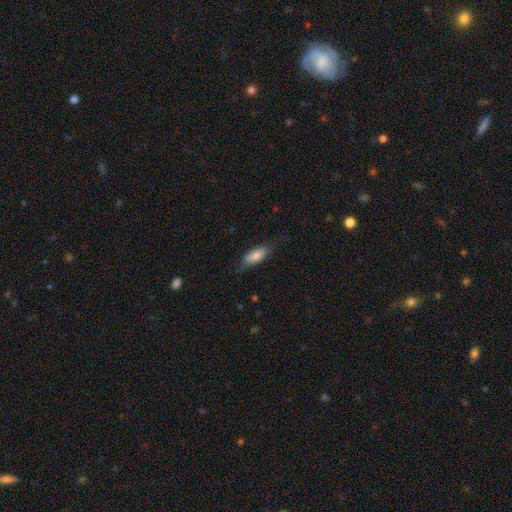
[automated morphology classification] A smooth galaxy with no disk features (77%) that is in between round and cigar-shaped (77%).

Vote fractions:
- Smooth or featured? smooth: 77% / featured or disk: 17% / star or artifact: 6%
- How rounded? in between: 77% / cigar-shaped: 21% / round: 2%
- Merging? none: 66% / minor disturbance: 24% / major disturbance: 8% / merger: 1%